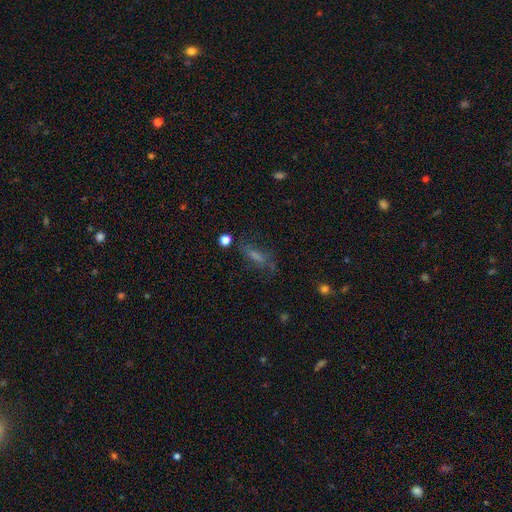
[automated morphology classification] smooth-or-featured: featured or disk: 38% | smooth: 35% | star or artifact: 27%
  merging: none: 60% | minor disturbance: 19% | major disturbance: 17% | merger: 4%